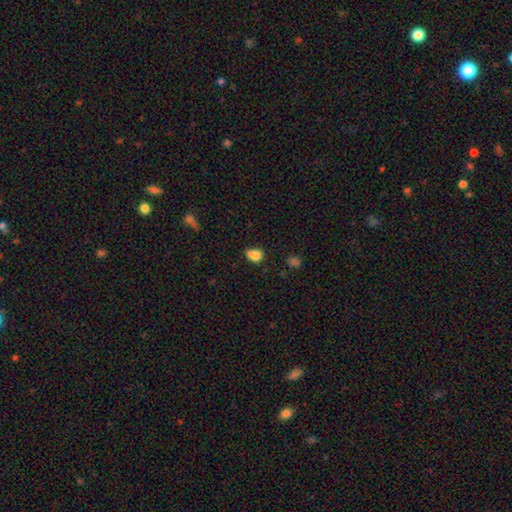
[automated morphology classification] This is clearly a smooth galaxy (85%). How rounded: likely in between (70%). Merging: possibly none (55%).